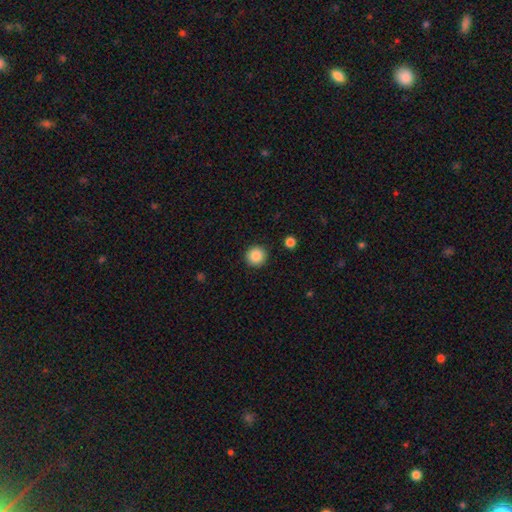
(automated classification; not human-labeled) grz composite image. It shows a smooth galaxy with no disk features (87%) that is round (95%). Merging: none (92%).